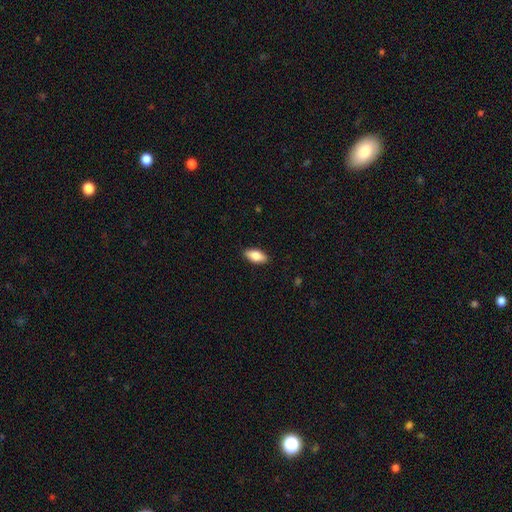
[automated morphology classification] Smooth or featured: smooth — 81% (featured or disk — 13%)
How rounded: in between — 86% (cigar-shaped — 11%)
Merging: none — 89% (minor disturbance — 8%)